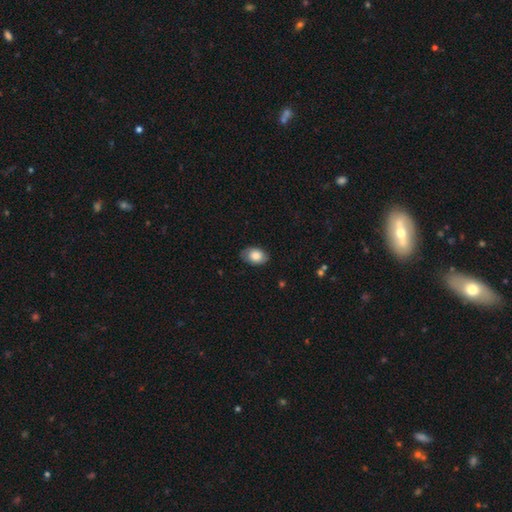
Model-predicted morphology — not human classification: This appears to be a smooth galaxy with no disk features (78%) that is in between round and cigar-shaped (84%). Merging: none (79%).